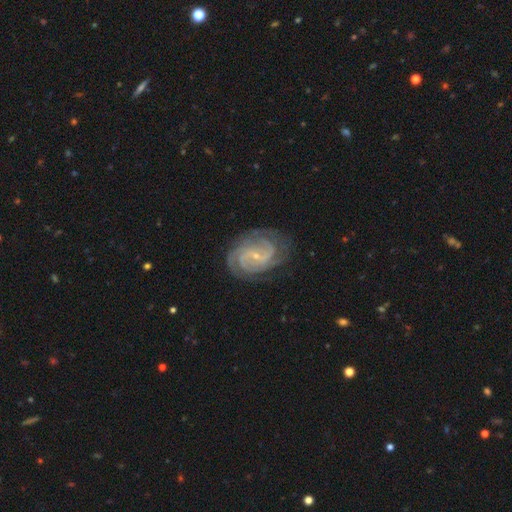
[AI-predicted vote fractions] smooth-or-featured: featured or disk: 89% | smooth: 5% | star or artifact: 5%
  disk-edge-on: no: 98% | yes: 2%
    bar: no: 45% | weak: 42% | strong: 13%
    has-spiral-arms: yes: 98% | no: 2%
      spiral-winding: tight: 60% | medium: 34% | loose: 6%
      spiral-arm-count: 2: 32% | 3: 23% | can't tell: 19% | 4: 12% | more than 4: 7% | 1: 7%
    bulge-size: small: 84% | moderate: 12% | none: 2% | large: 1% | dominant: 1%
  merging: none: 77% | minor disturbance: 16% | major disturbance: 6% | merger: 1%